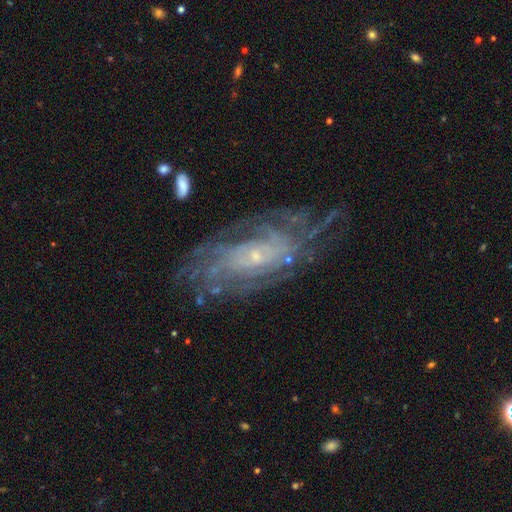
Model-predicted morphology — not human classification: The model was most divided on "spiral arm count": can't tell: 52%, more than 4: 13%, 4: 13%, 2: 9%, 3: 8%, 1: 5%. More confident: edge-on disk — no (92%); spiral arms — yes (90%); bulge size — small (82%); smooth or featured — featured or disk (81%); bar — no (72%); merging — none (71%); spiral winding — tight (67%).